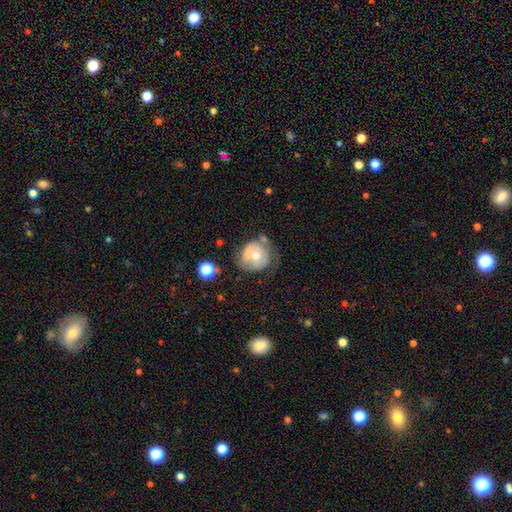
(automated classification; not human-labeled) smooth_or_featured: featured or disk (p=0.47) [alt: smooth p=0.45]
merging: none (p=0.41) [alt: minor disturbance p=0.30]